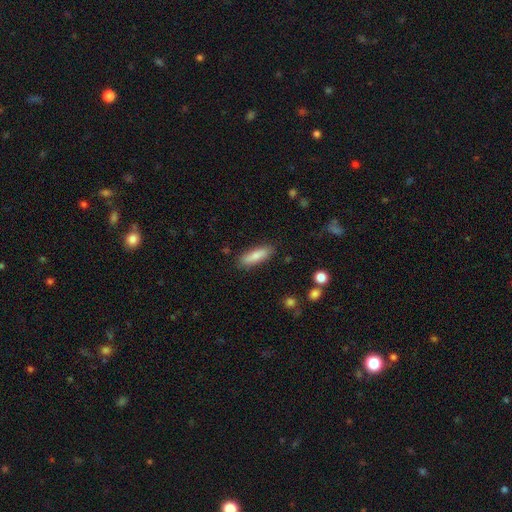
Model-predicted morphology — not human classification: Smooth or featured?
  - smooth: 81% *
  - featured or disk: 13%
  - star or artifact: 6%
How rounded?
  - cigar-shaped: 54% *
  - in between: 44%
  - round: 2%
Merging?
  - none: 86% *
  - minor disturbance: 10%
  - major disturbance: 2%
  - merger: 2%